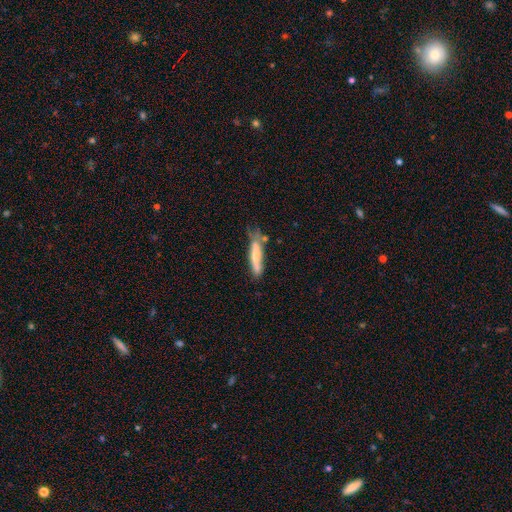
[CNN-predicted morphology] Q: Smooth or featured?
A: smooth (62%); runner-up: featured or disk (31%)
Q: How rounded?
A: cigar-shaped (83%); runner-up: in between (15%)
Q: Merging?
A: none (45%); runner-up: minor disturbance (29%)